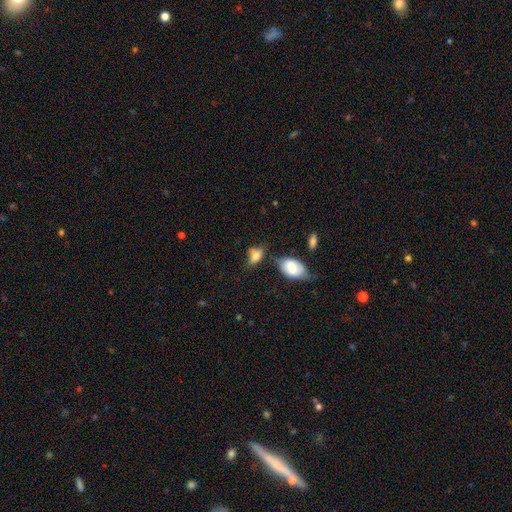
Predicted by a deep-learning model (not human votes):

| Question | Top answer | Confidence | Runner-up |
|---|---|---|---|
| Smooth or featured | smooth | 71% | featured or disk (19%) |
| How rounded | in between | 84% | round (11%) |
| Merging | none | 41% | minor disturbance (30%) |